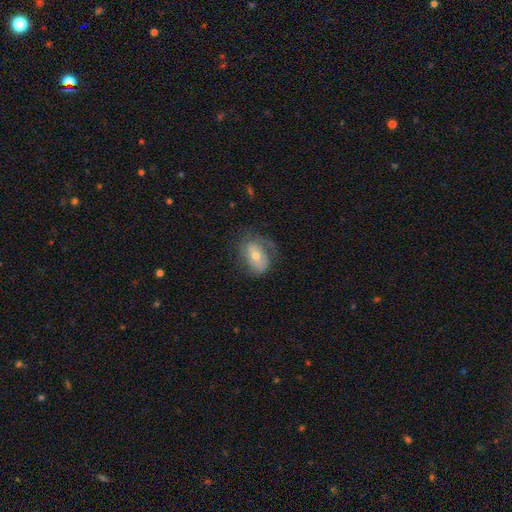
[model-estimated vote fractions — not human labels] Q: Smooth or featured?
A: featured or disk (49%); runner-up: smooth (43%)
Q: Merging?
A: none (53%); runner-up: minor disturbance (25%)